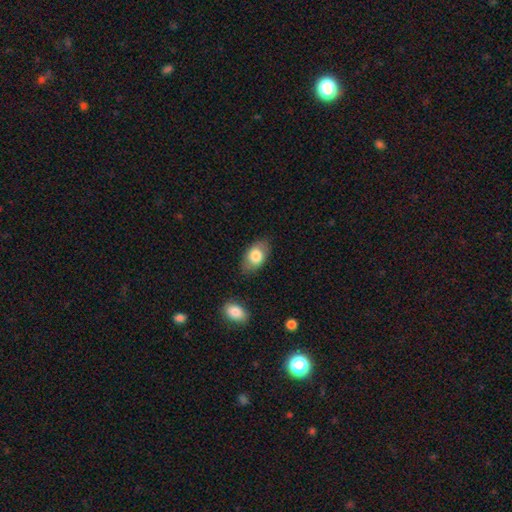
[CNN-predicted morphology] This is likely a smooth galaxy (79%). How rounded: clearly in between (90%). Merging: clearly none (81%).